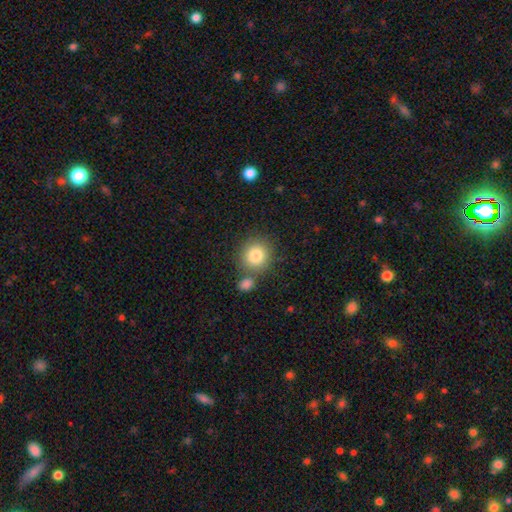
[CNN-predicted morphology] The model was most divided on "merging": none: 66%, merger: 21%, minor disturbance: 10%, major disturbance: 4%. More confident: how rounded — round (89%); smooth or featured — smooth (82%).